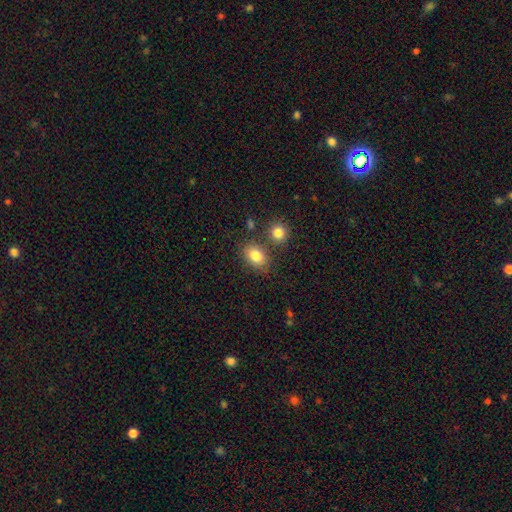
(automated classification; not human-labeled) The model was most divided on "how rounded": in between: 78%, round: 20%, cigar-shaped: 1%. More confident: smooth or featured — smooth (83%); merging — none (73%).